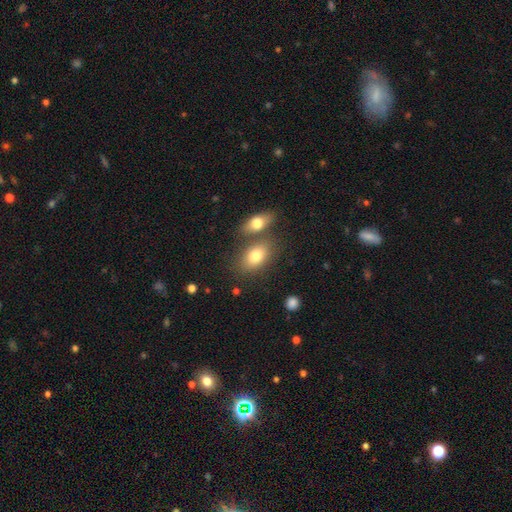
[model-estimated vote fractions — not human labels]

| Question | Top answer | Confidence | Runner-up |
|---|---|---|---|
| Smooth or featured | smooth | 78% | featured or disk (14%) |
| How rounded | in between | 86% | round (12%) |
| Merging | none | 58% | merger (28%) |